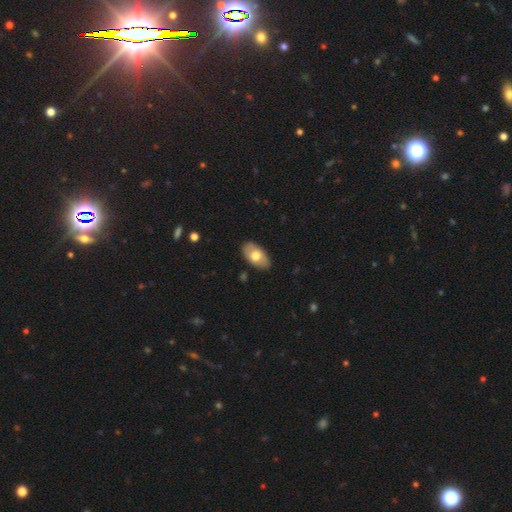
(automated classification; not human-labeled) This appears to be a smooth galaxy with no disk features (69%) that is in between round and cigar-shaped (94%). Merging: none (85%).